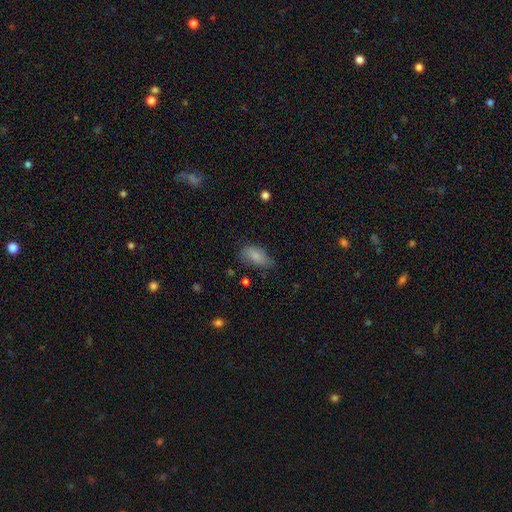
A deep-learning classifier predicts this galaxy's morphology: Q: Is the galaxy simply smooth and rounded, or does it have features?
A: smooth — 82%.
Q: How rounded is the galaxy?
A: in between — 89%.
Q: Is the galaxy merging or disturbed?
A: none — 56%.